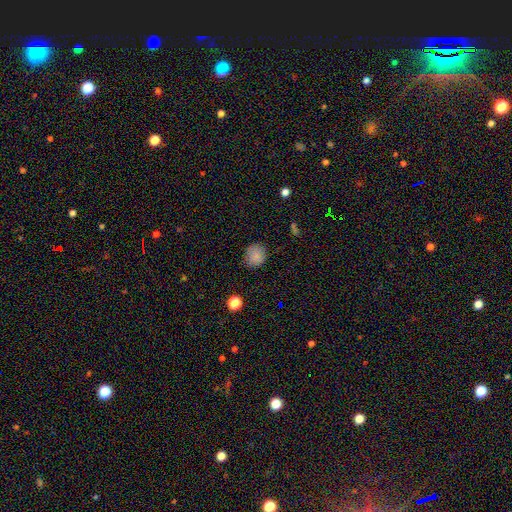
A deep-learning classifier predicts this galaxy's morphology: Overall: smooth (84%). How rounded: round (81%). Merging: none (81%).